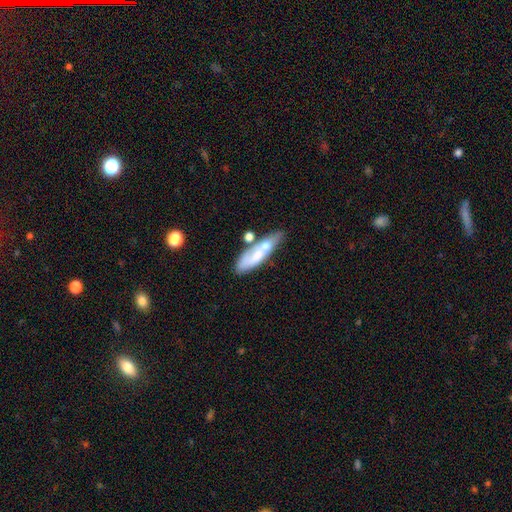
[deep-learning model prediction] Smooth or featured: smooth — 55% (featured or disk — 37%)
How rounded: cigar-shaped — 55% (in between — 41%)
Merging: none — 43% (merger — 27%)